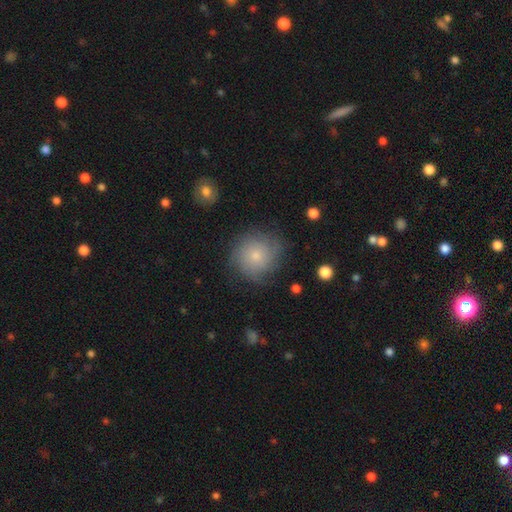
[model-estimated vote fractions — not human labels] A smooth galaxy with no disk features (58%) that is round (90%). Merging: none (73%).